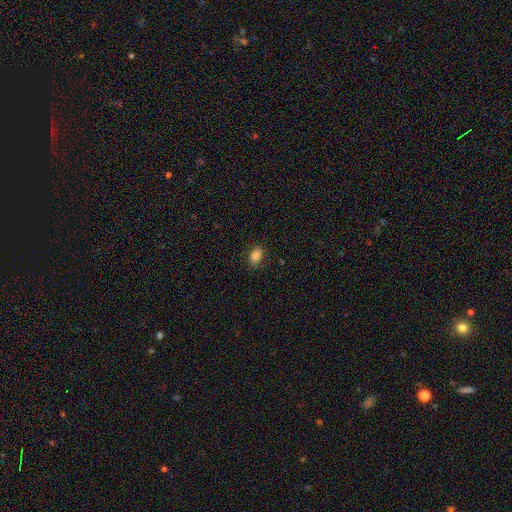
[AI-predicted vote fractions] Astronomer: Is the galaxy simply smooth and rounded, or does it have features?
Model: smooth — 83%.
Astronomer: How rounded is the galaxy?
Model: in between — 77%.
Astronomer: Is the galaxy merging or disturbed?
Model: none — 85%.